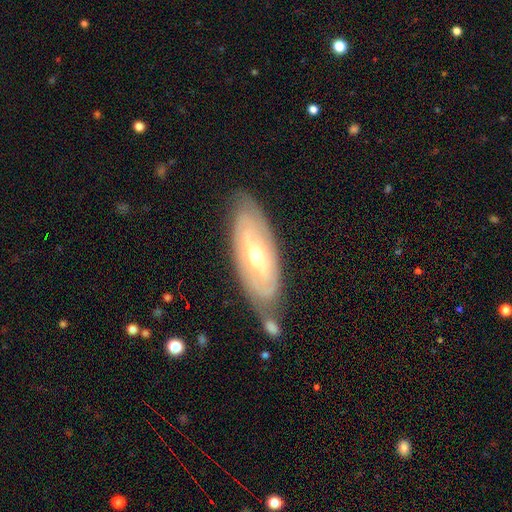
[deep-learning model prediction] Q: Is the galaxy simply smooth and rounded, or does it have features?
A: featured or disk — 68%.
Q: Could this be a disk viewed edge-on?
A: no — 85%.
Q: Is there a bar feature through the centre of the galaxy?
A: no — 59%.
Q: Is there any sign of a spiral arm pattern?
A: yes — 69%.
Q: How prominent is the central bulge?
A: moderate — 66%.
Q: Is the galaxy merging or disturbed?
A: none — 71%.